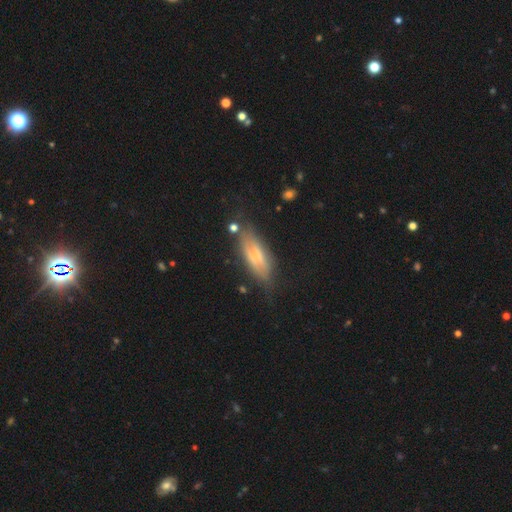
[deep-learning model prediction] Overall: featured or disk (48%; smooth 44%). Merging: none (67%).